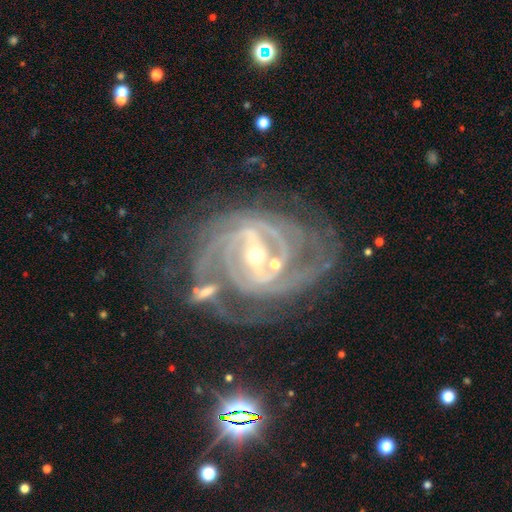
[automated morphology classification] Smooth or featured: featured or disk — 91% (star or artifact — 6%)
Edge-on disk: no — 97% (yes — 3%)
Bar: strong — 55% (weak — 34%)
Spiral arms: yes — 98% (no — 2%)
Spiral winding: tight — 63% (medium — 32%)
Spiral arm count: 2 — 26% (3 — 24%)
Bulge size: small — 59% (moderate — 37%)
Merging: none — 62% (minor disturbance — 18%)